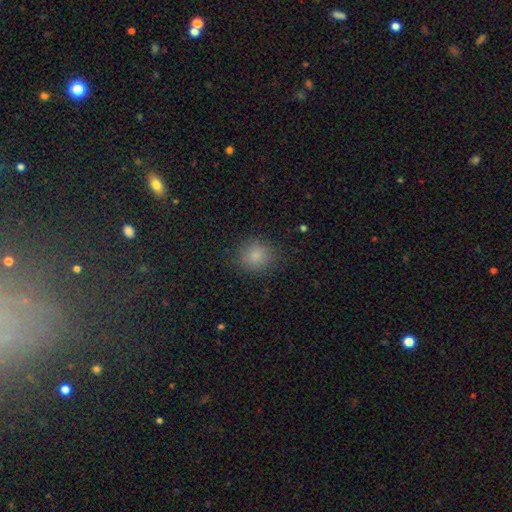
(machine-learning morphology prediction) Smooth or featured? smooth (84%)
How rounded? round (86%)
Merging? none (86%)